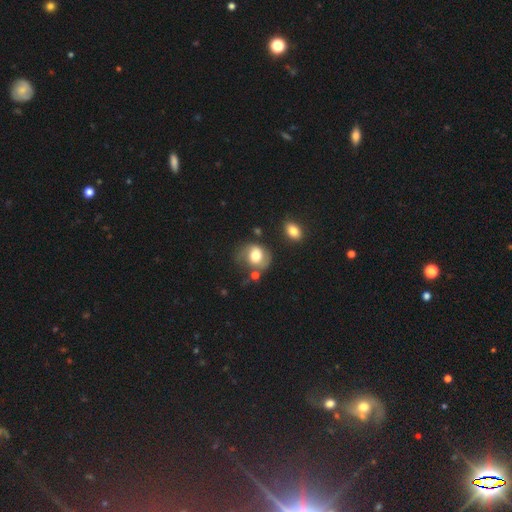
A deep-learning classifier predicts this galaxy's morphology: Smooth or featured?
  - smooth: 54% *
  - featured or disk: 38%
  - star or artifact: 8%
How rounded?
  - round: 59% *
  - in between: 40%
  - cigar-shaped: 1%
Merging?
  - none: 52% *
  - minor disturbance: 25%
  - major disturbance: 14%
  - merger: 9%